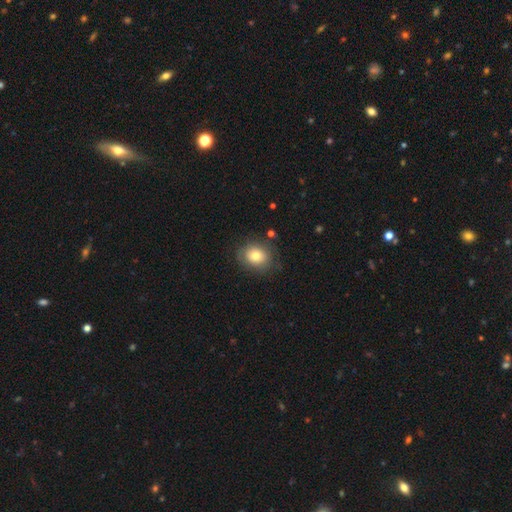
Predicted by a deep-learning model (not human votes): The model was most divided on "how rounded": round: 63%, in between: 36%, cigar-shaped: 1%. More confident: merging — none (78%); smooth or featured — smooth (77%).